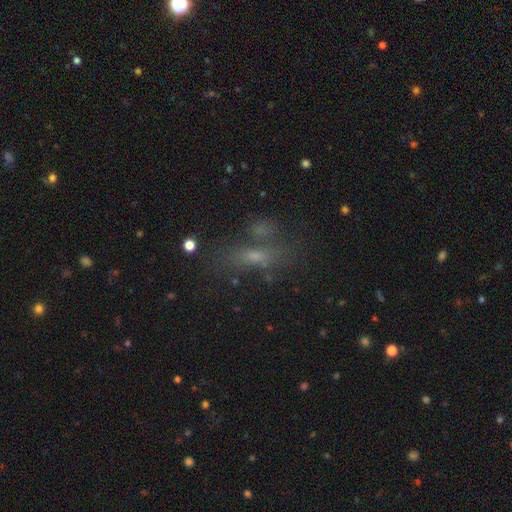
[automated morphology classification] This is possibly a smooth galaxy (50%). Merging: possibly none (55%).